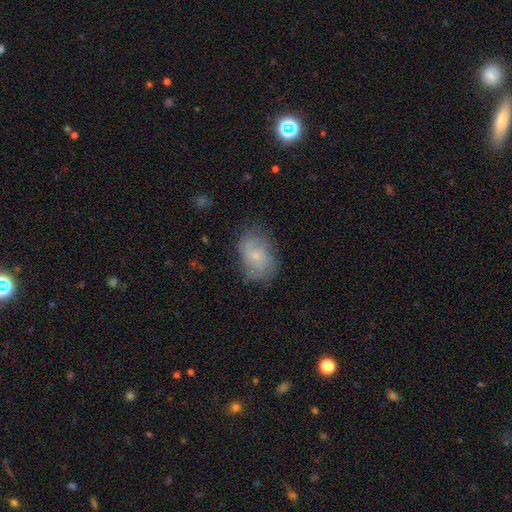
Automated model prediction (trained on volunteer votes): featured or disk 48%, smooth 42%, star or artifact 9%. Down the decision tree: merging — none (69%).